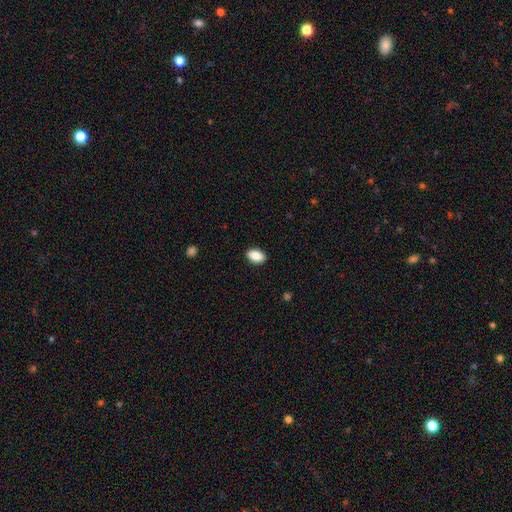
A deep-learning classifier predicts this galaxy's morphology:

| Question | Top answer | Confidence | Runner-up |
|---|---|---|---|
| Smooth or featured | smooth | 88% | star or artifact (7%) |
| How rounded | in between | 90% | round (9%) |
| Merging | none | 90% | minor disturbance (8%) |